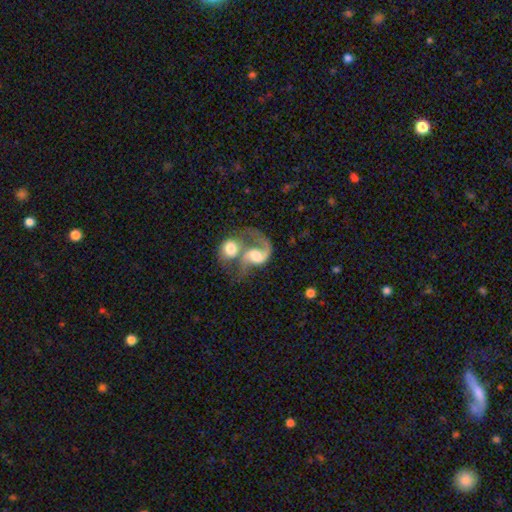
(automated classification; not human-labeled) Smooth or featured? Predicted: featured or disk (p=0.76). Edge-on disk? Predicted: no (p=0.98). Bar? Predicted: no (p=0.51). Spiral arms? Predicted: yes (p=0.91). Spiral winding? Predicted: loose (p=0.59). Spiral arm count? Predicted: 2 (p=0.62). Bulge size? Predicted: moderate (p=0.46). Merging? Predicted: merger (p=0.70).